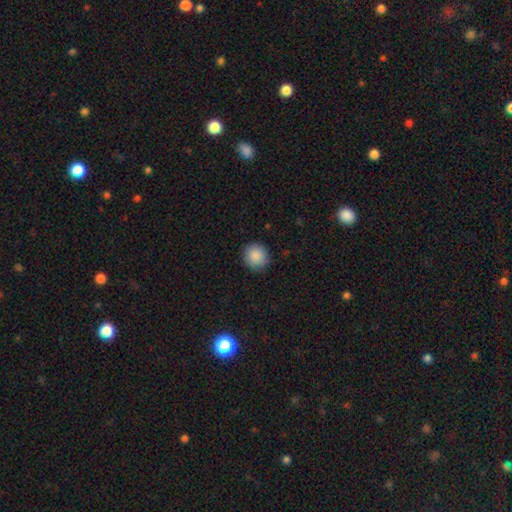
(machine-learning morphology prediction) type=smooth (88%); roundness=round (91%); merging=none (88%).